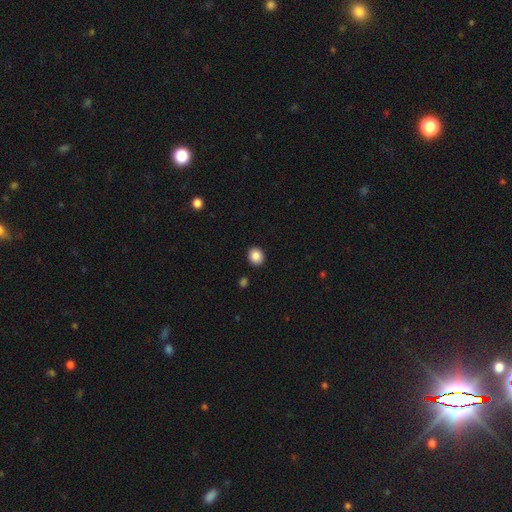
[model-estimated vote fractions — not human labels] Smooth or featured?
  - smooth: 87% *
  - star or artifact: 9%
  - featured or disk: 4%
How rounded?
  - round: 77% *
  - in between: 22%
  - cigar-shaped: 1%
Merging?
  - none: 91% *
  - minor disturbance: 5%
  - major disturbance: 2%
  - merger: 2%